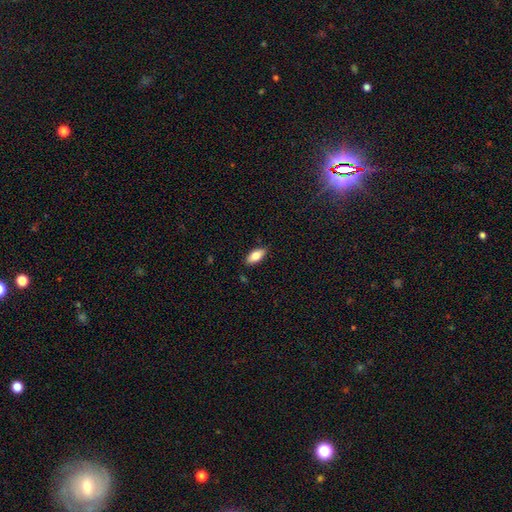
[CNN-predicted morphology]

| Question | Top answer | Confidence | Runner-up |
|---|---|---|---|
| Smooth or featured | smooth | 79% | featured or disk (15%) |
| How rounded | in between | 84% | cigar-shaped (13%) |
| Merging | none | 86% | minor disturbance (11%) |